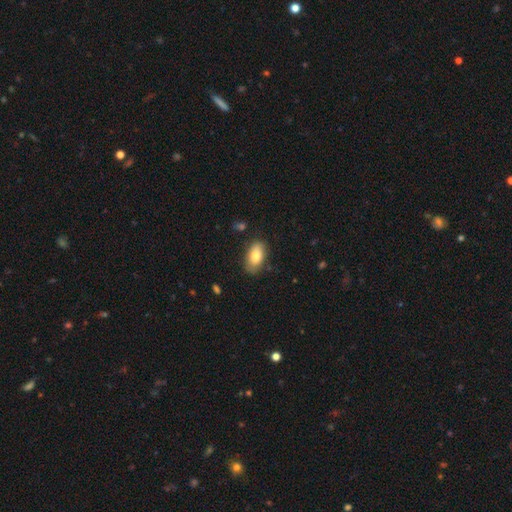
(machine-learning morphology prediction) smooth 79%, featured or disk 14%, star or artifact 7%. Down the decision tree: how rounded — in between (93%); merging — none (80%).